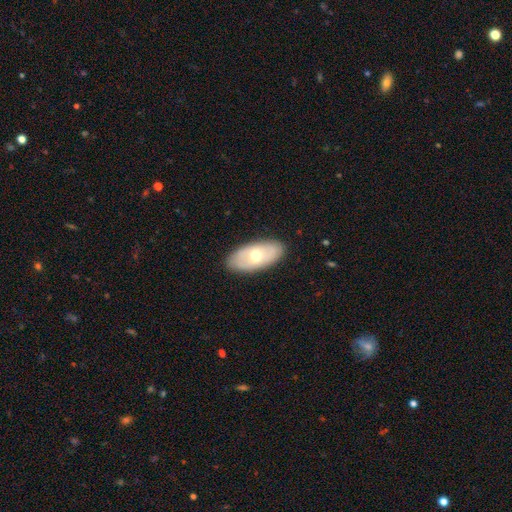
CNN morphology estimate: A smooth galaxy with no disk features (52%) that is in between round and cigar-shaped (92%). Merging: none (86%).